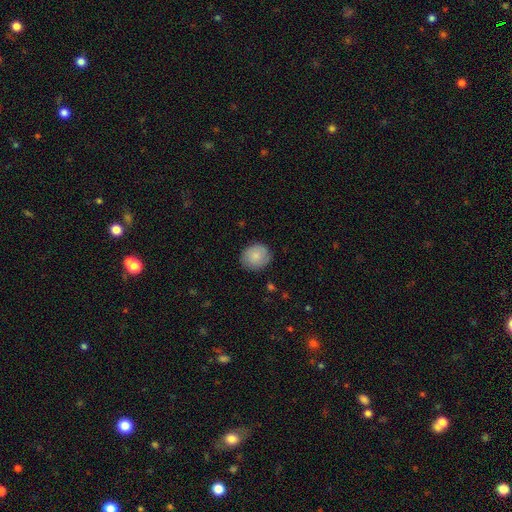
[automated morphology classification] smooth-or-featured: smooth: 83% | featured or disk: 11% | star or artifact: 7%
  how-rounded: round: 77% | in between: 22% | cigar-shaped: 1%
  merging: none: 84% | minor disturbance: 12% | major disturbance: 3% | merger: 1%